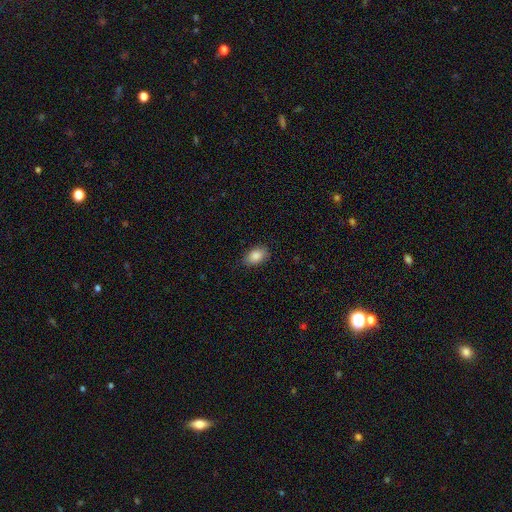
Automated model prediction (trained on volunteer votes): A smooth galaxy with no disk features (87%) that is in between round and cigar-shaped (88%).

Vote fractions:
- Smooth or featured? smooth: 87% / star or artifact: 8% / featured or disk: 6%
- How rounded? in between: 88% / round: 10% / cigar-shaped: 2%
- Merging? none: 83% / minor disturbance: 13% / major disturbance: 3% / merger: 1%